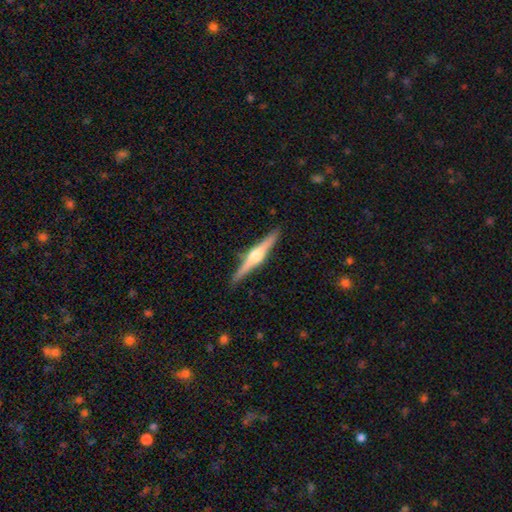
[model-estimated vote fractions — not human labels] The model was most divided on "smooth or featured": featured or disk: 74%, smooth: 21%, star or artifact: 5%. More confident: edge-on disk — yes (98%); edge-on bulge — rounded (93%); merging — none (89%).